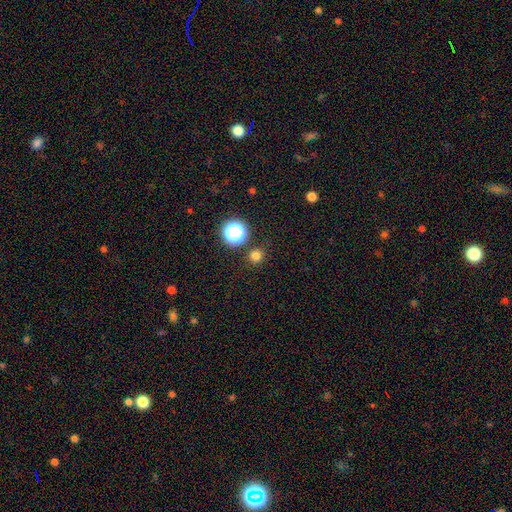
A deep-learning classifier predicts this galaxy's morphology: Overall: smooth (75%). How rounded: round (93%). Merging: none (87%).